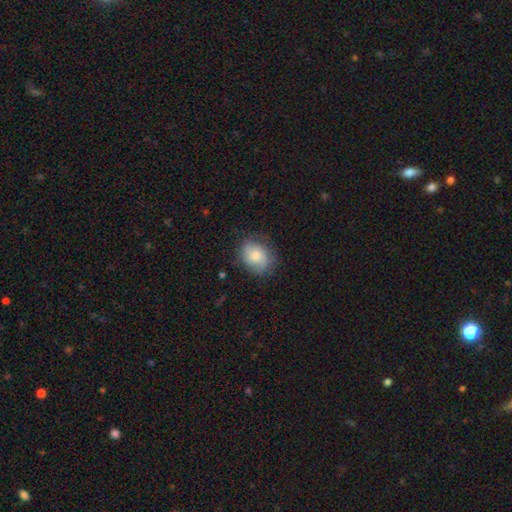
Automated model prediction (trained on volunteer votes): This is likely a smooth galaxy (67%). How rounded: possibly round (54%). Merging: likely none (68%).